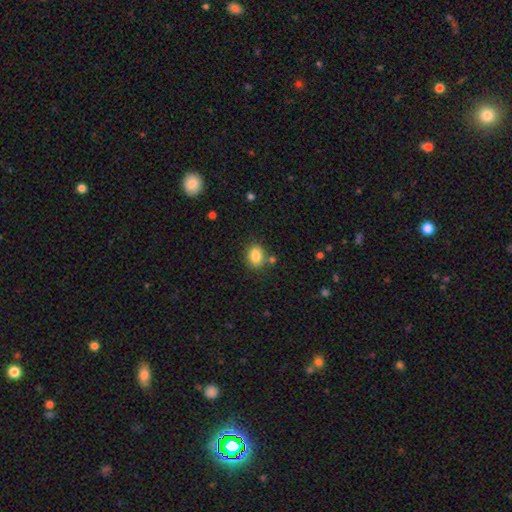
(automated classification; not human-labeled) smooth 85%, star or artifact 9%, featured or disk 6%. Down the decision tree: how rounded — in between (71%); merging — none (75%).